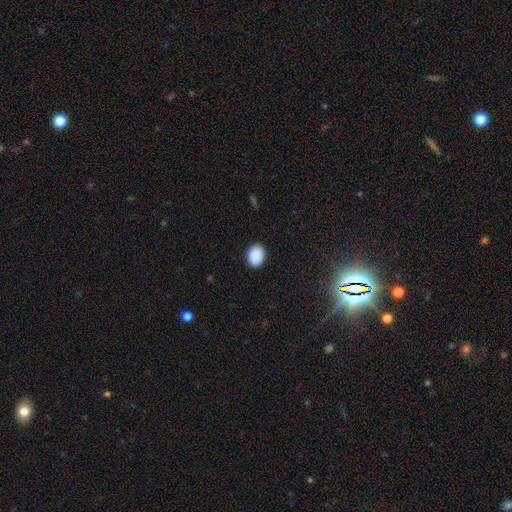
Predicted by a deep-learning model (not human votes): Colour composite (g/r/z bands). It shows a smooth galaxy with no disk features (90%) that is in between round and cigar-shaped (72%). Merging: none (89%).